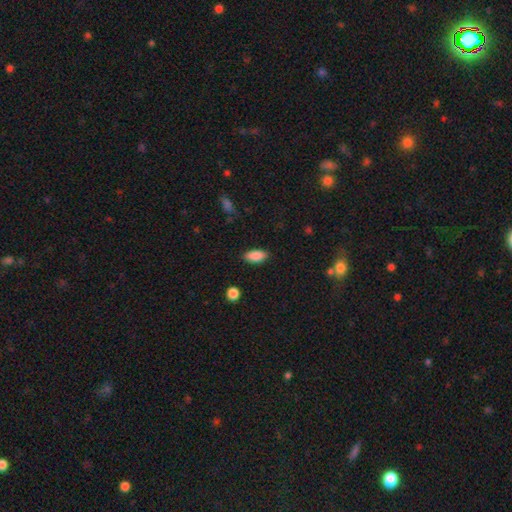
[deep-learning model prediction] Smooth or featured? Predicted: smooth (p=0.89). How rounded? Predicted: in between (p=0.91). Merging? Predicted: none (p=0.86).